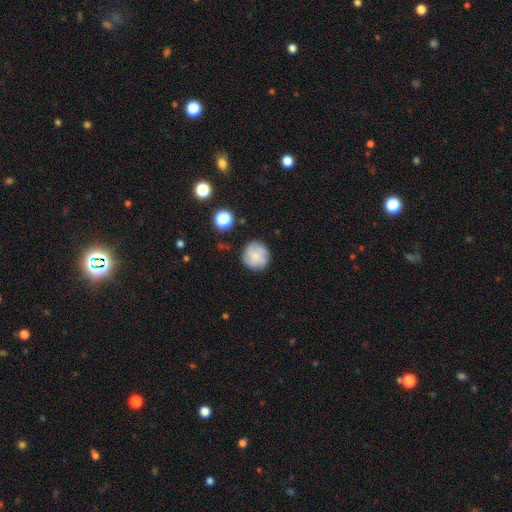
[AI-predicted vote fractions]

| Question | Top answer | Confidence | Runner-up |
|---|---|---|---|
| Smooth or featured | smooth | 68% | featured or disk (23%) |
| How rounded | round | 93% | in between (6%) |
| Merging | none | 82% | minor disturbance (13%) |